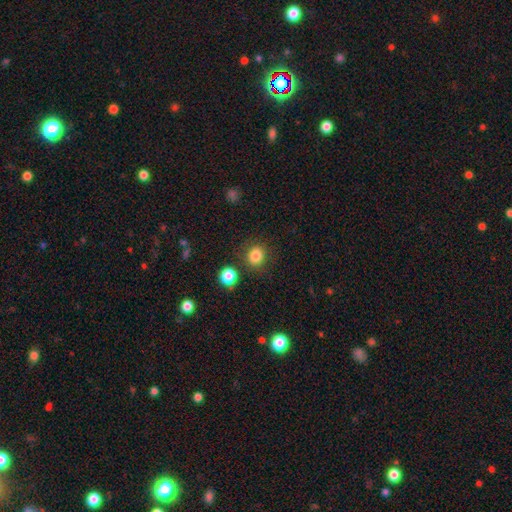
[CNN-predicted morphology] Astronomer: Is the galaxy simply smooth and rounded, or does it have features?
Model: smooth — 83%.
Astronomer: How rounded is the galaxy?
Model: round — 73%.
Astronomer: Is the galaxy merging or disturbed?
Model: none — 82%.